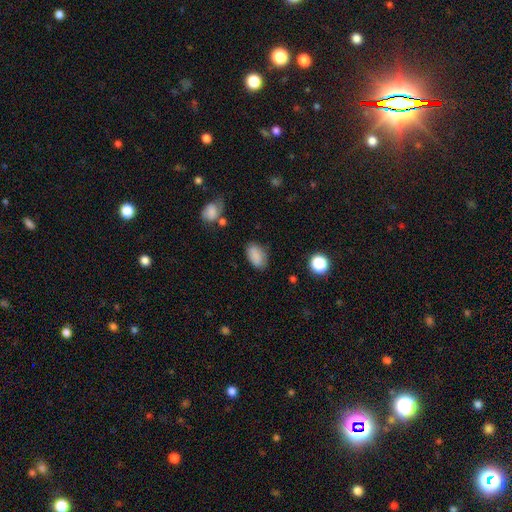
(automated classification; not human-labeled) This appears to be a smooth galaxy with no disk features (85%) that is in between round and cigar-shaped (91%). Merging: none (77%).